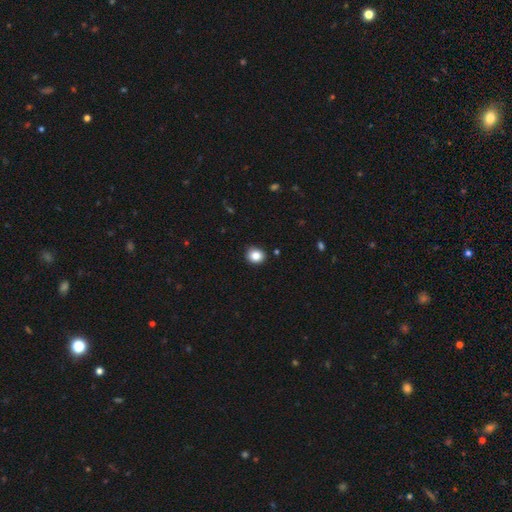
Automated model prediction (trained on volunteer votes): smooth 84%, star or artifact 10%, featured or disk 5%. Down the decision tree: how rounded — round (79%); merging — none (89%).